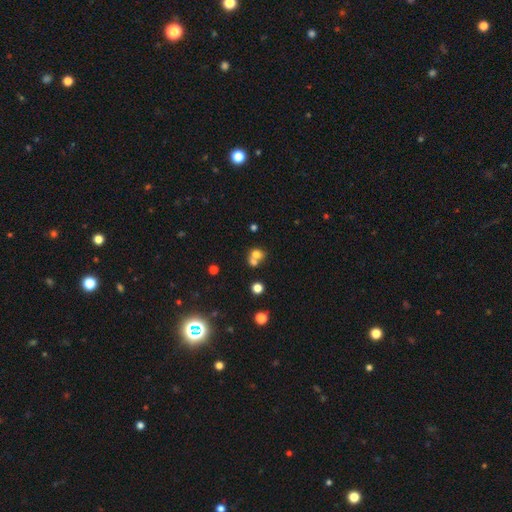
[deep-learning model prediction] This appears to be a smooth galaxy with no disk features (69%) that is round (68%). Merging: merger (57%).